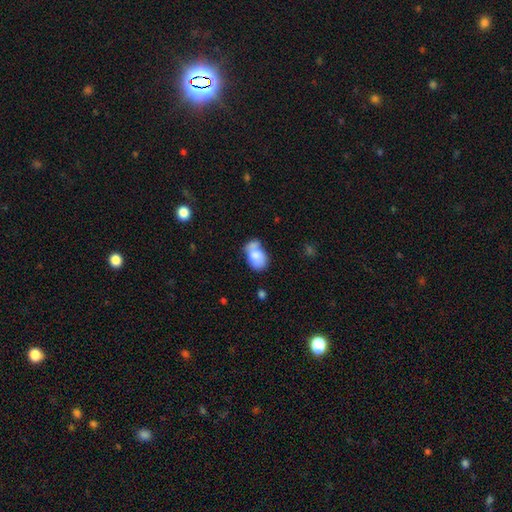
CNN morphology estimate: A smooth galaxy with no disk features (76%) that is in between round and cigar-shaped (84%).

Vote fractions:
- Smooth or featured? smooth: 76% / featured or disk: 16% / star or artifact: 8%
- How rounded? in between: 84% / round: 15% / cigar-shaped: 1%
- Merging? none: 34% / merger: 33% / minor disturbance: 23% / major disturbance: 10%